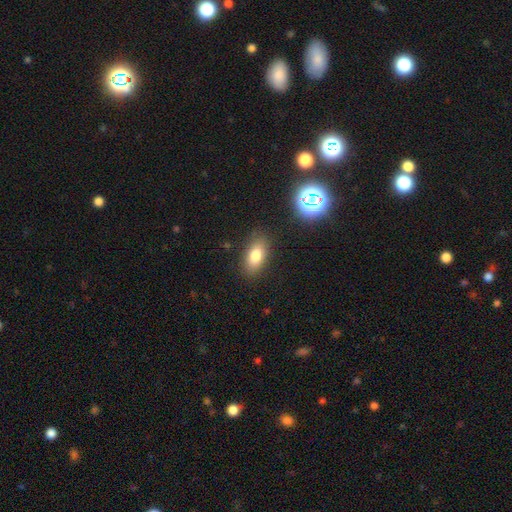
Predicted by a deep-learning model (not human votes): Smooth or featured? Predicted: smooth (p=0.78). How rounded? Predicted: in between (p=0.87). Merging? Predicted: none (p=0.85).